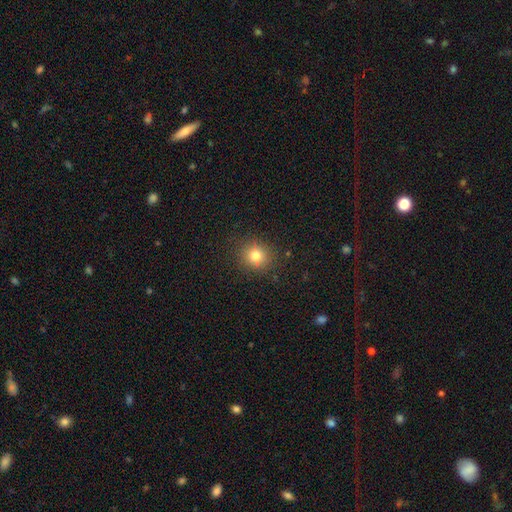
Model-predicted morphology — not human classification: type=smooth (78%); roundness=round (86%); merging=none (88%).